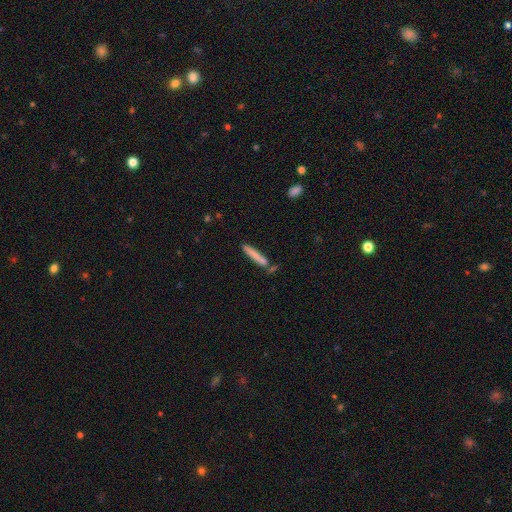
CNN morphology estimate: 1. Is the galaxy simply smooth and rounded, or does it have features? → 75% smooth, 18% featured or disk, 7% star or artifact.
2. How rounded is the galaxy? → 93% cigar-shaped, 6% in between, 1% round.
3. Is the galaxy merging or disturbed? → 68% none, 15% merger, 14% minor disturbance, 4% major disturbance.